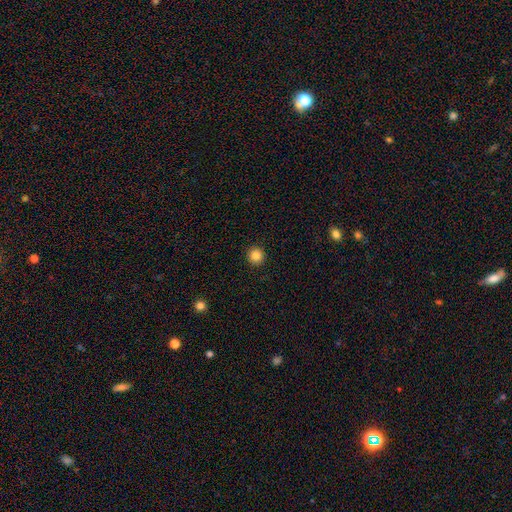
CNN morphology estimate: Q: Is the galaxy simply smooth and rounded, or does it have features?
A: smooth — 85%.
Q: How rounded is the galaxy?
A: round — 95%.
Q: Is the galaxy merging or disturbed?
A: none — 93%.